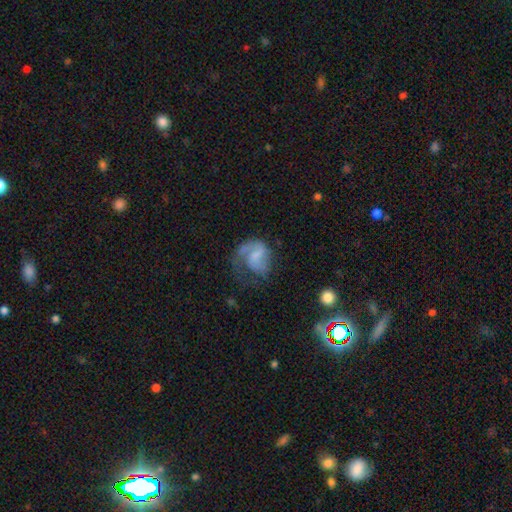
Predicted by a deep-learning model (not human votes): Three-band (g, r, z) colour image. It shows a featured or disk galaxy (59%) with no bar (46%), spiral arms (80%) and no central bulge (42%). Merging: major disturbance (40%).